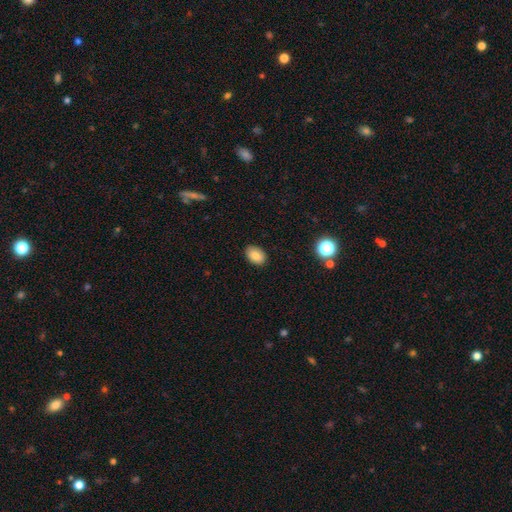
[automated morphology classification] Smooth or featured? smooth (84%)
How rounded? in between (81%)
Merging? none (88%)